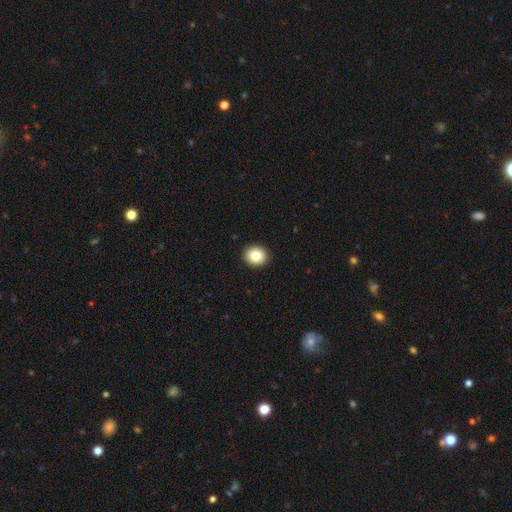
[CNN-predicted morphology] A smooth galaxy with no disk features (82%) that is round (81%). Merging: none (93%).